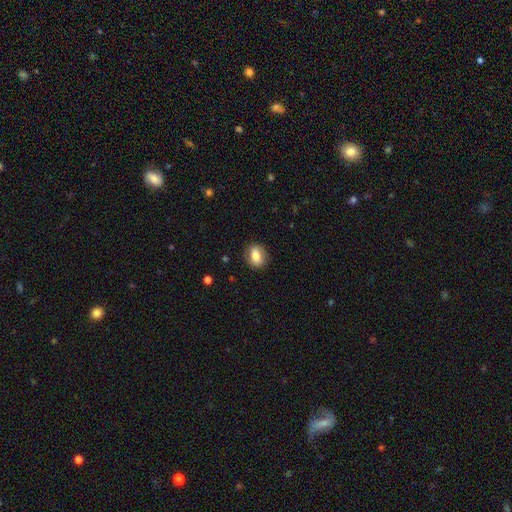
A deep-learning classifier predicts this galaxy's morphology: The model was most divided on "how rounded": in between: 65%, round: 33%, cigar-shaped: 2%. More confident: merging — none (84%); smooth or featured — smooth (80%).